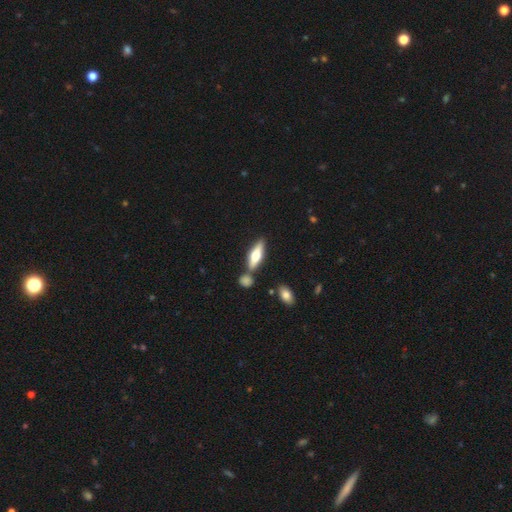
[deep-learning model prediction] Q: Smooth or featured?
A: smooth (50%); runner-up: featured or disk (44%)
Q: Merging?
A: none (73%); runner-up: merger (12%)